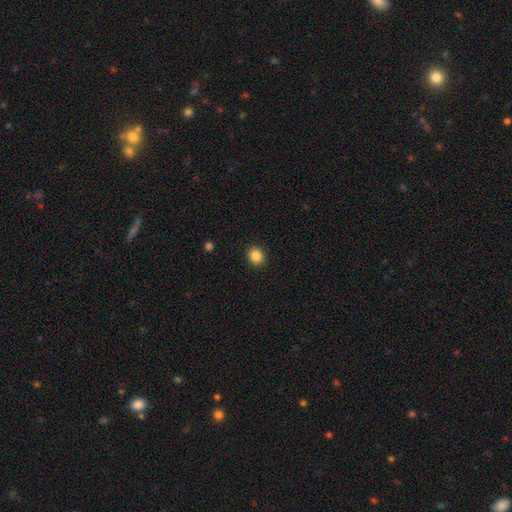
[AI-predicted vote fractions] A smooth galaxy with no disk features (86%) that is round (74%). Merging: none (91%).